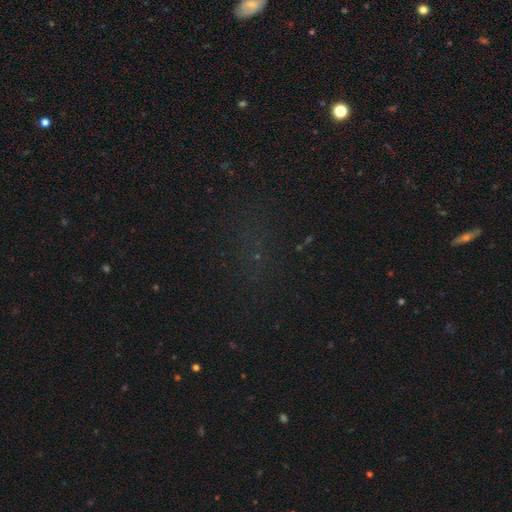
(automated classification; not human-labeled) smooth-or-featured: star or artifact: 63% | smooth: 25% | featured or disk: 12%